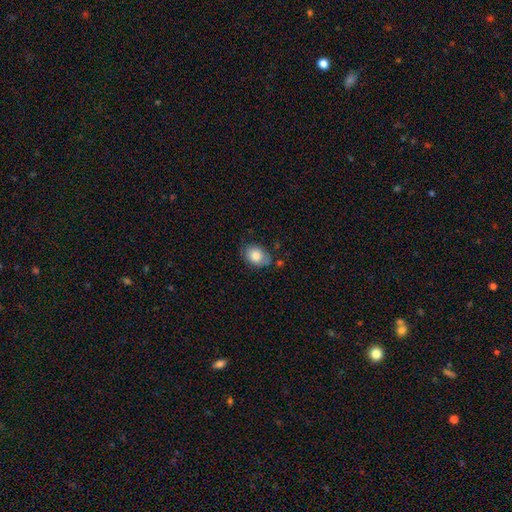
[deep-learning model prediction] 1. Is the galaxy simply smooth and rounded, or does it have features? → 84% smooth, 9% featured or disk, 7% star or artifact.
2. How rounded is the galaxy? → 72% in between, 27% round, 1% cigar-shaped.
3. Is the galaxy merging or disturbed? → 68% none, 23% minor disturbance, 5% major disturbance, 4% merger.